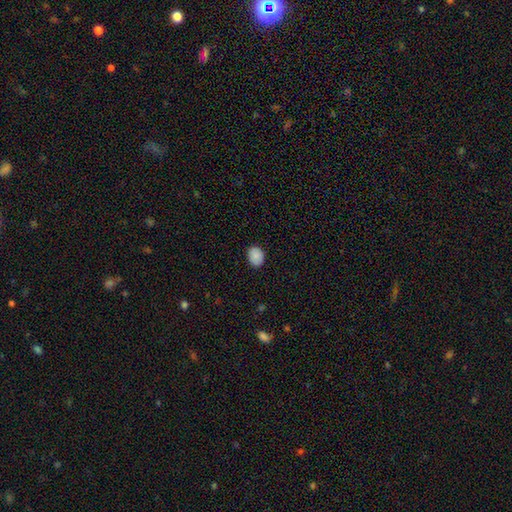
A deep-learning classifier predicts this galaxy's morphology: Q: Smooth or featured?
A: smooth (88%); runner-up: star or artifact (8%)
Q: How rounded?
A: in between (61%); runner-up: round (38%)
Q: Merging?
A: none (86%); runner-up: minor disturbance (11%)